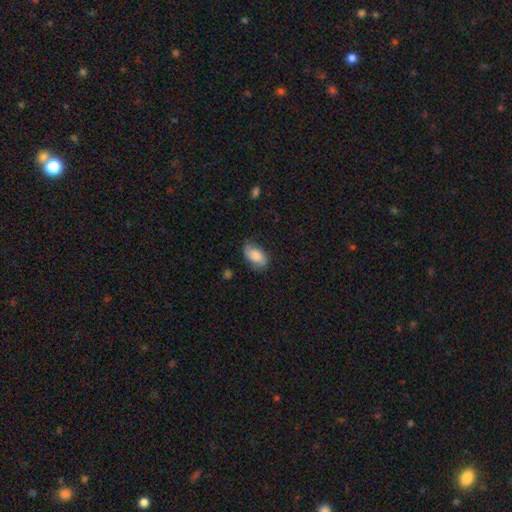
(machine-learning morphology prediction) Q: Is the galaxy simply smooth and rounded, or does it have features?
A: smooth — 77%.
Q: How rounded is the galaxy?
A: in between — 93%.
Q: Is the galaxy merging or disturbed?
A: none — 66%.